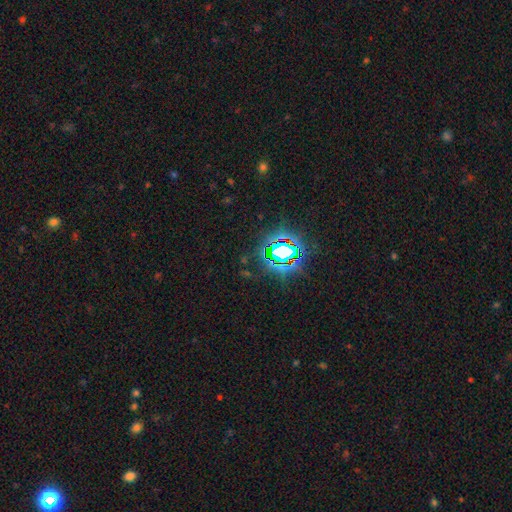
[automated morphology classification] smooth-or-featured: star or artifact: 79% | smooth: 13% | featured or disk: 8%